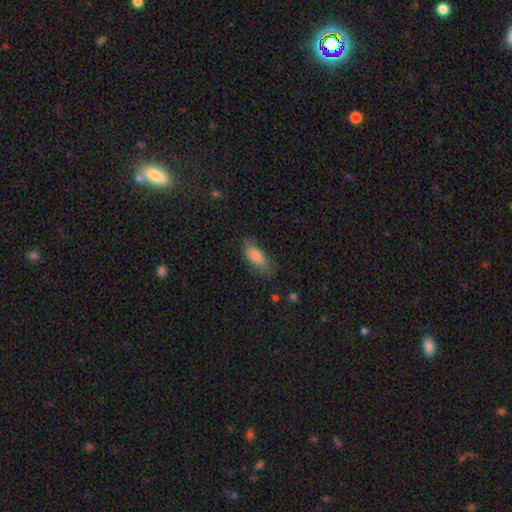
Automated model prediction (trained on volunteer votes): smooth-or-featured: smooth: 83% | featured or disk: 10% | star or artifact: 8%
  how-rounded: in between: 79% | cigar-shaped: 19% | round: 2%
  merging: none: 71% | minor disturbance: 22% | major disturbance: 6% | merger: 2%